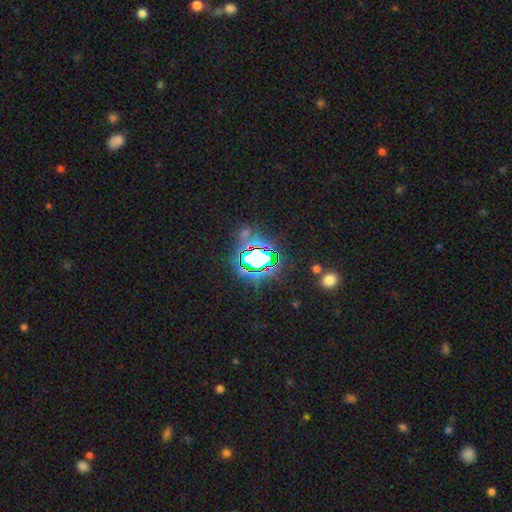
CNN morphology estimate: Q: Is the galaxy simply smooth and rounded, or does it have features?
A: star or artifact — 72%.